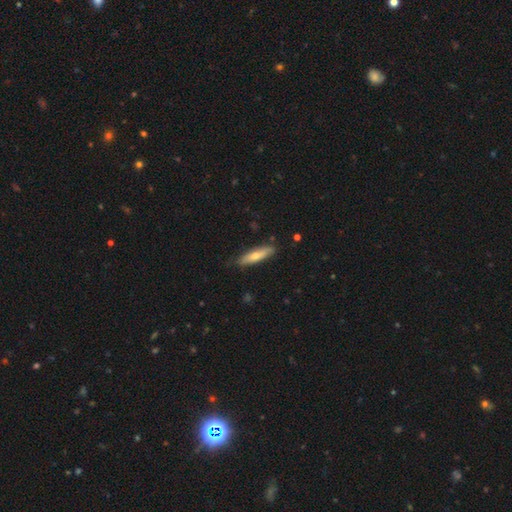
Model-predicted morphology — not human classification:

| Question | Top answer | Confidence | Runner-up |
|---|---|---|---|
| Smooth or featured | smooth | 64% | featured or disk (31%) |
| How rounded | cigar-shaped | 74% | in between (25%) |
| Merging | none | 79% | minor disturbance (17%) |